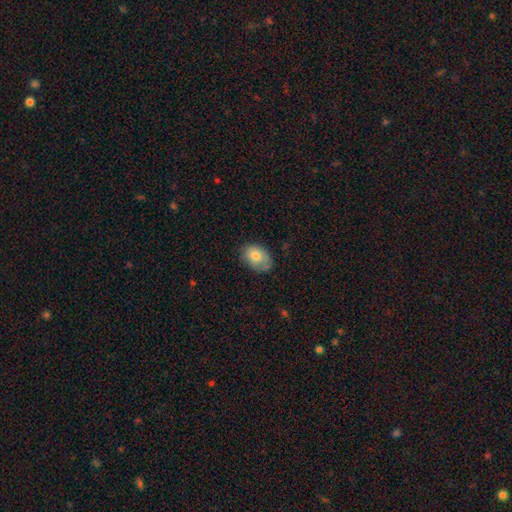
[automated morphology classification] This is likely a smooth galaxy (76%). How rounded: likely in between (77%). Merging: likely none (68%).